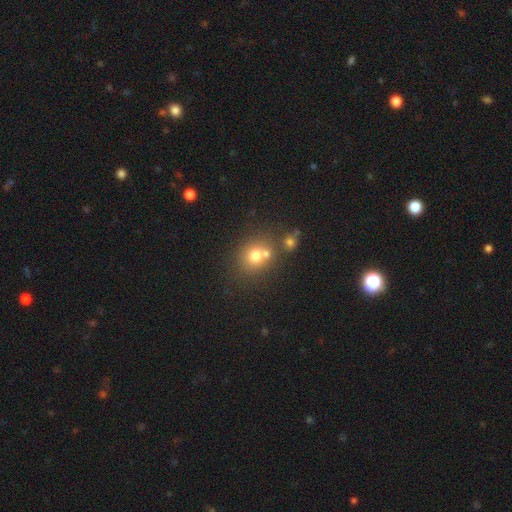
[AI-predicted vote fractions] Overall: smooth (72%). How rounded: round (79%). Merging: none (52%; merger 36%).